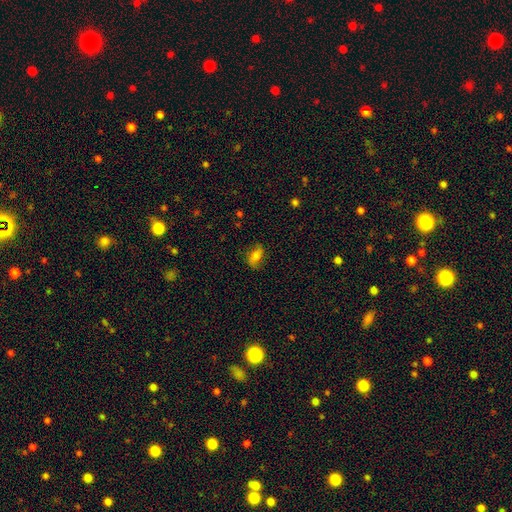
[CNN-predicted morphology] smooth-or-featured: smooth: 69% | featured or disk: 21% | star or artifact: 10%
  how-rounded: in between: 85% | round: 10% | cigar-shaped: 5%
  merging: none: 75% | minor disturbance: 18% | major disturbance: 5% | merger: 1%